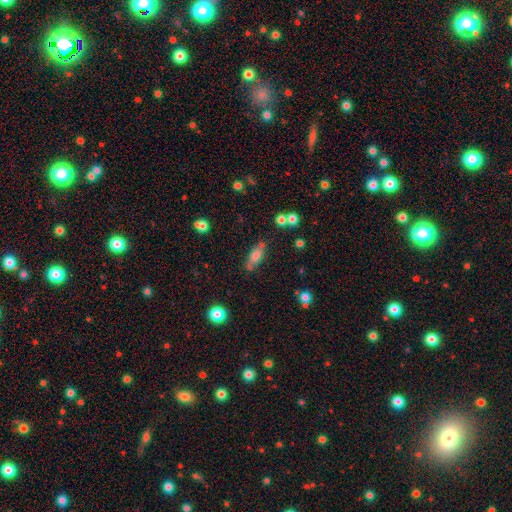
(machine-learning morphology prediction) Overall: smooth (69%). How rounded: in between (72%). Merging: none (67%).